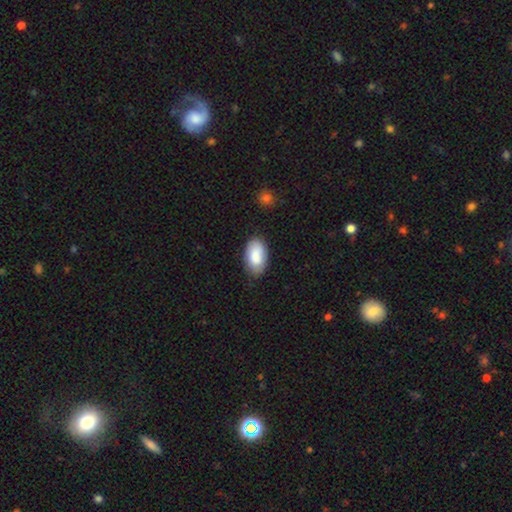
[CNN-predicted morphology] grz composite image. It shows a smooth galaxy with no disk features (84%) that is in between round and cigar-shaped (94%). Merging: none (79%).